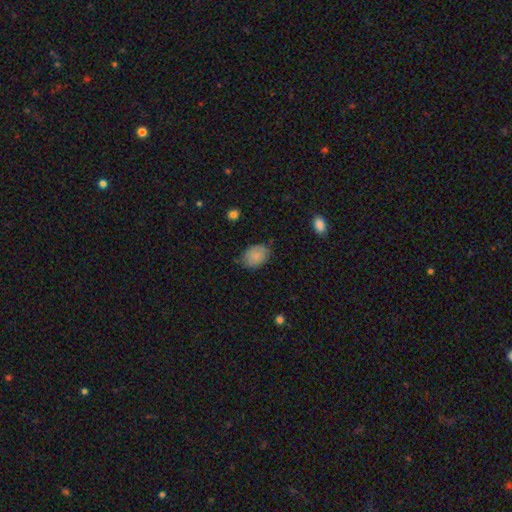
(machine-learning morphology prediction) Smooth or featured? smooth (84%)
How rounded? in between (82%)
Merging? none (70%)